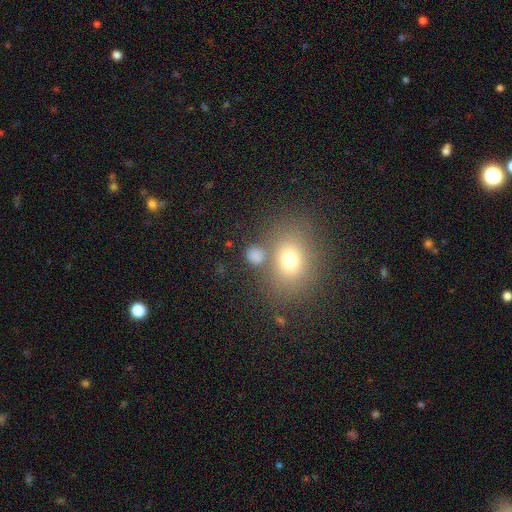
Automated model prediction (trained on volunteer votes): This is likely a smooth galaxy (75%). How rounded: likely round (60%). Merging: likely none (69%).